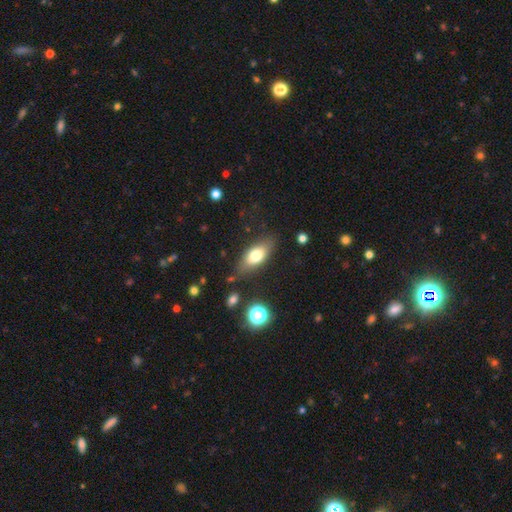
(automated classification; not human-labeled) The model was most divided on "smooth or featured": smooth: 73%, featured or disk: 20%, star or artifact: 8%. More confident: how rounded — in between (81%); merging — none (77%).